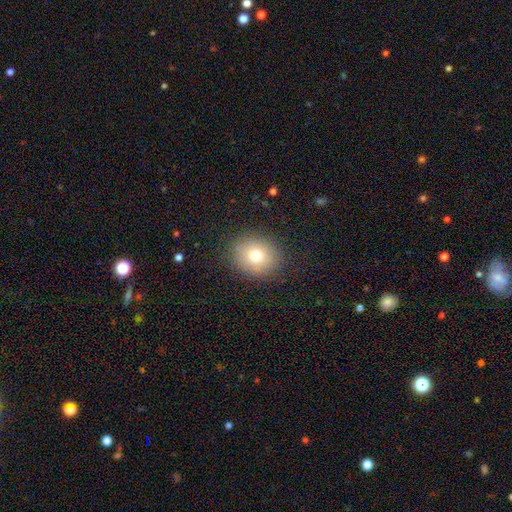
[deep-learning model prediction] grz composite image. It shows a smooth galaxy with no disk features (75%) that is round (70%). Merging: none (86%).